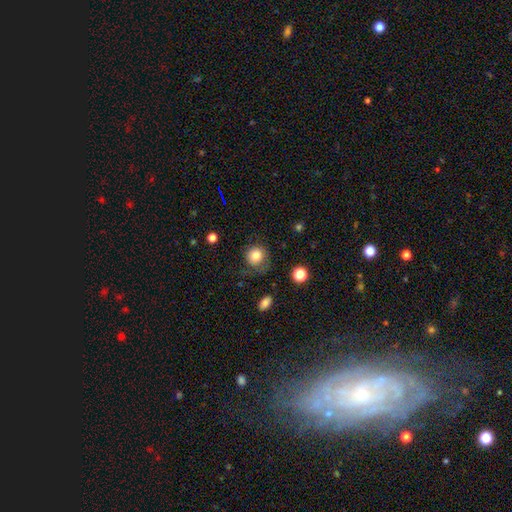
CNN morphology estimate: This is clearly a smooth galaxy (81%). How rounded: clearly round (87%). Merging: likely none (68%).